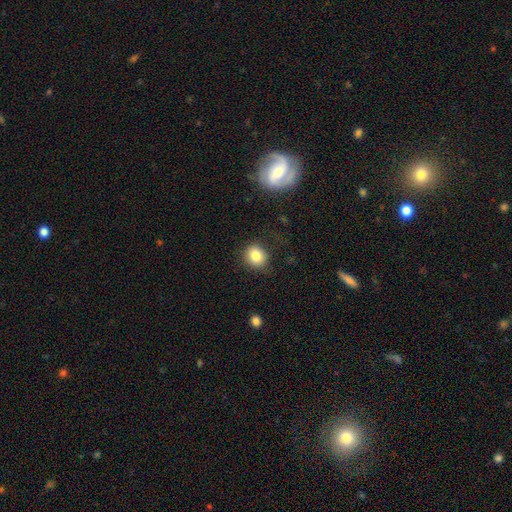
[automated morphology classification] Smooth or featured? Predicted: smooth (p=0.83). How rounded? Predicted: round (p=0.74). Merging? Predicted: none (p=0.81).